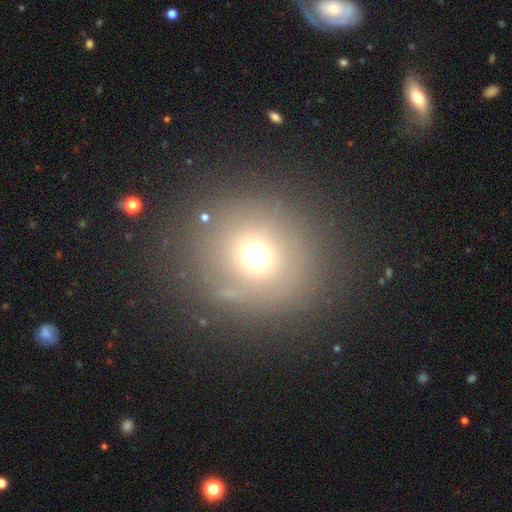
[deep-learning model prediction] A smooth galaxy with no disk features (65%) that is round (90%). Merging: none (82%).